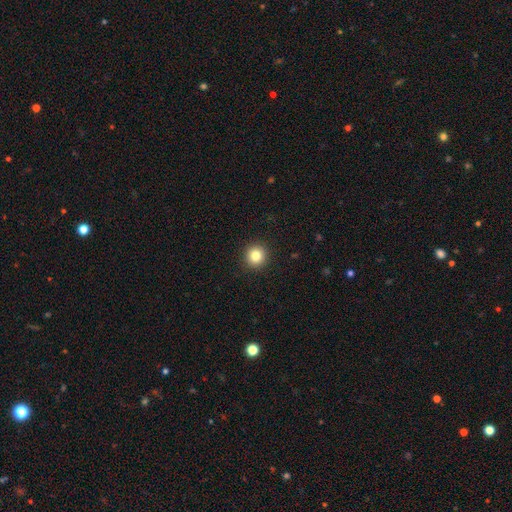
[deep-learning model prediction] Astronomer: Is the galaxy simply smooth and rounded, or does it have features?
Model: smooth — 83%.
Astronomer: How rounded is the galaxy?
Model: round — 95%.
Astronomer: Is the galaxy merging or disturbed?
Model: none — 93%.